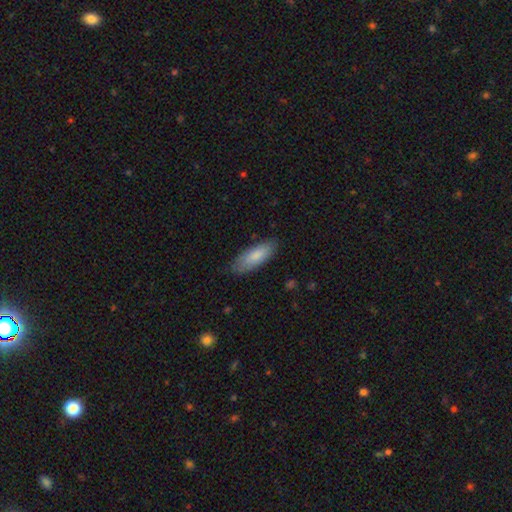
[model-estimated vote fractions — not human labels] Overall: smooth (83%). How rounded: in between (67%; cigar-shaped 31%). Merging: none (81%).